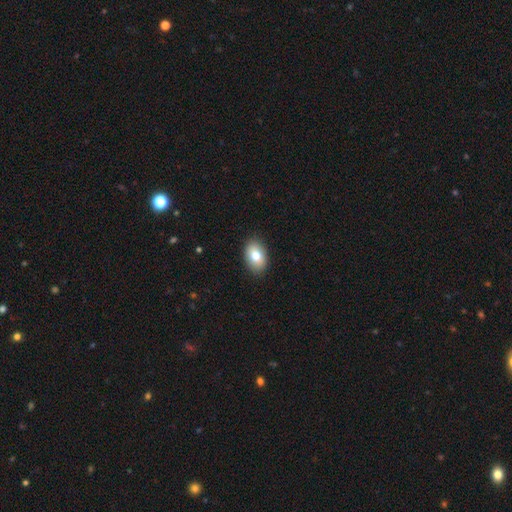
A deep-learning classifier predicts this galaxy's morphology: Smooth or featured?
  - smooth: 78% *
  - featured or disk: 14%
  - star or artifact: 8%
How rounded?
  - in between: 86% *
  - round: 13%
  - cigar-shaped: 1%
Merging?
  - none: 89% *
  - minor disturbance: 8%
  - major disturbance: 2%
  - merger: 1%